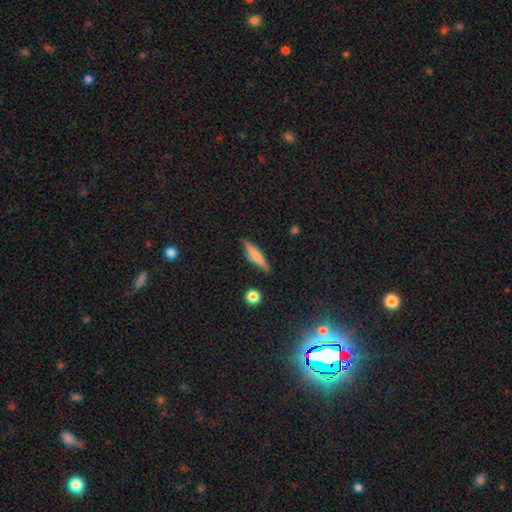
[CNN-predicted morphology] Overall: smooth (56%; featured or disk 38%). How rounded: cigar-shaped (83%). Merging: none (84%).